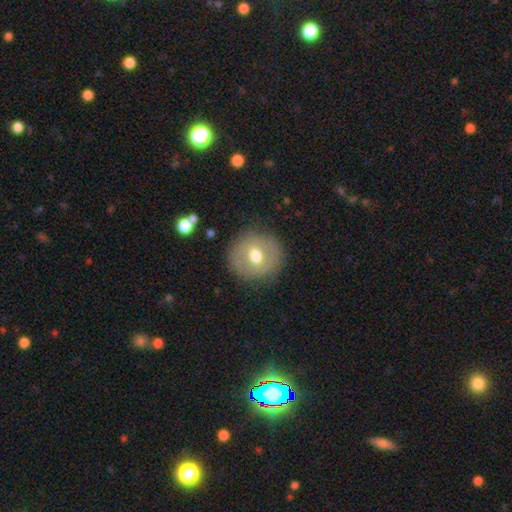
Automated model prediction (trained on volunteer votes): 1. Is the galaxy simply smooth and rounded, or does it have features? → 61% smooth, 30% featured or disk, 9% star or artifact.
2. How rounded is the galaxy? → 89% round, 10% in between, 1% cigar-shaped.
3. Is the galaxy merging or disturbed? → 84% none, 10% minor disturbance, 5% major disturbance, 1% merger.